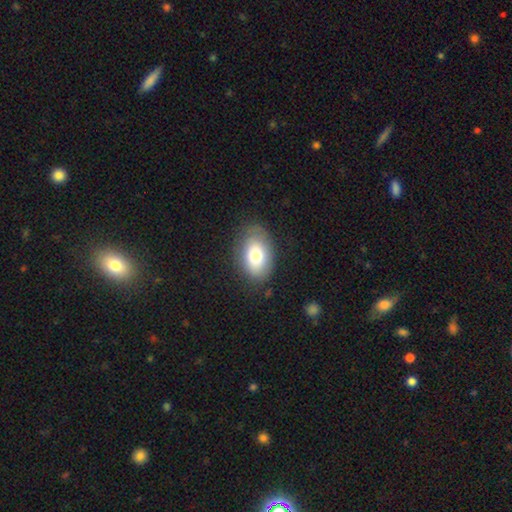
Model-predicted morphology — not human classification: A smooth galaxy with no disk features (74%) that is in between round and cigar-shaped (86%).

Vote fractions:
- Smooth or featured? smooth: 74% / featured or disk: 18% / star or artifact: 8%
- How rounded? in between: 86% / round: 13% / cigar-shaped: 1%
- Merging? none: 77% / minor disturbance: 16% / major disturbance: 5% / merger: 1%